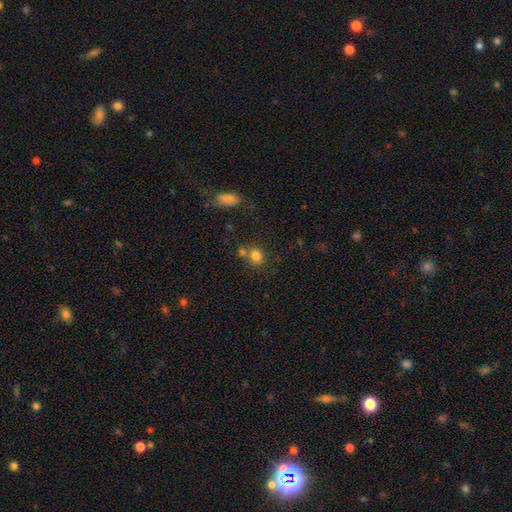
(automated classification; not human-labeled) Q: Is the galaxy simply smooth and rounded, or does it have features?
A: smooth — 79%.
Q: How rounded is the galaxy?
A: round — 77%.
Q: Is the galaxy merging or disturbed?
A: none — 57%.